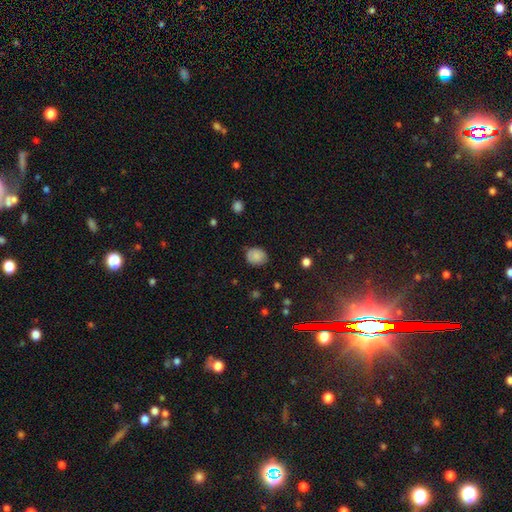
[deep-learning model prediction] Smooth or featured?
  - smooth: 85% *
  - star or artifact: 9%
  - featured or disk: 6%
How rounded?
  - round: 58% *
  - in between: 41%
  - cigar-shaped: 1%
Merging?
  - none: 79% *
  - minor disturbance: 16%
  - major disturbance: 3%
  - merger: 1%